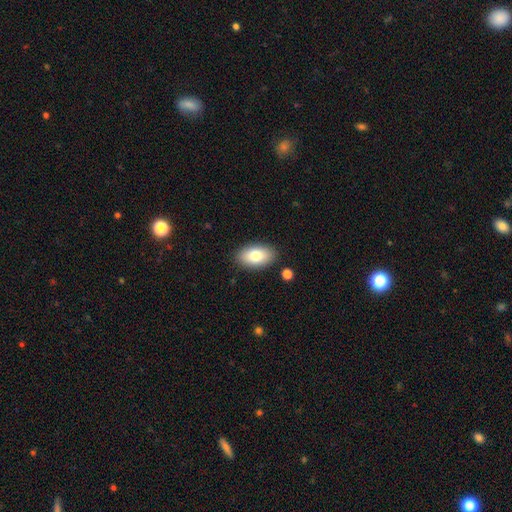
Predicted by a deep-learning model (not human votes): The model was most divided on "smooth or featured": smooth: 78%, featured or disk: 15%, star or artifact: 7%. More confident: how rounded — in between (93%); merging — none (88%).